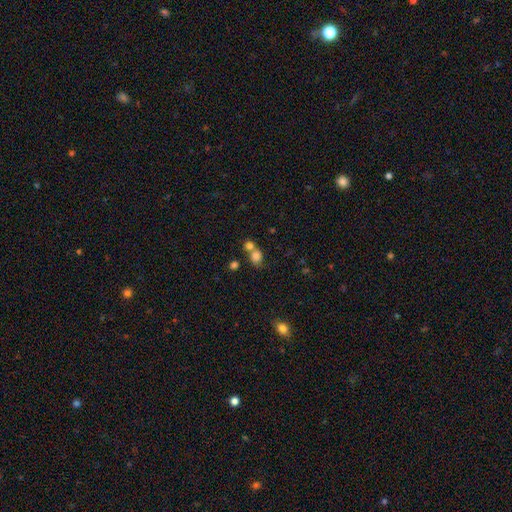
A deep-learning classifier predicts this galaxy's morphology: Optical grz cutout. It shows a smooth galaxy with no disk features (79%) that is round (63%). Merging: merger (48%).